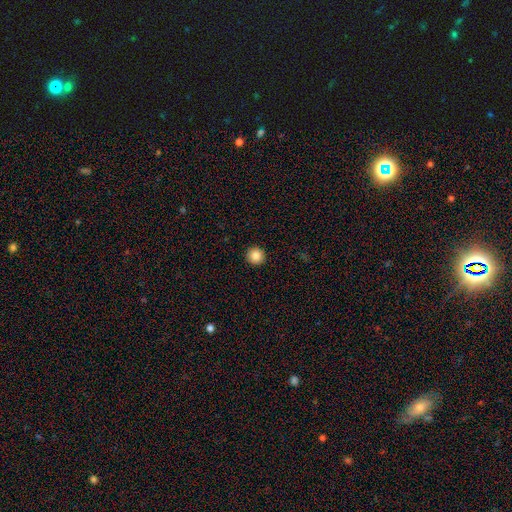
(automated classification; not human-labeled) The model was most divided on "smooth or featured": smooth: 86%, star or artifact: 10%, featured or disk: 5%. More confident: how rounded — round (96%); merging — none (94%).